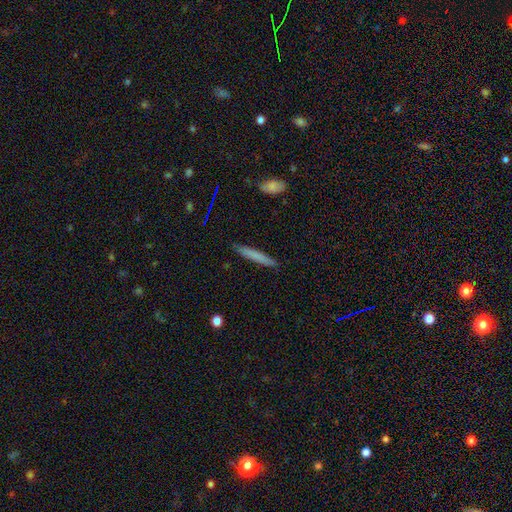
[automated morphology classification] smooth_or_featured: smooth (p=0.73) [alt: featured or disk p=0.21]
how_rounded: cigar-shaped (p=0.95) [alt: in between p=0.03]
merging: none (p=0.90) [alt: minor disturbance p=0.07]